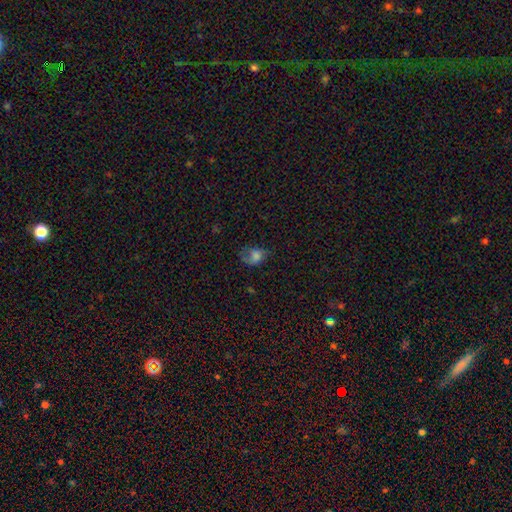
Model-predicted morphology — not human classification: A smooth galaxy with no disk features (57%) that is in between round and cigar-shaped (66%). Merging: none (39%).